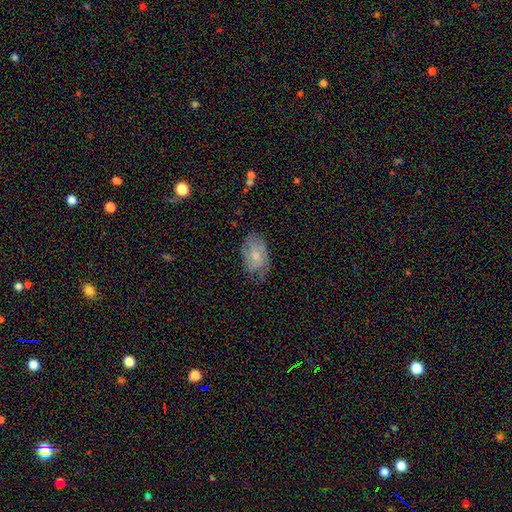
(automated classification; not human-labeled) smooth-or-featured: smooth: 50% | featured or disk: 43% | star or artifact: 7%
  how-rounded: in between: 89% | round: 9% | cigar-shaped: 2%
  merging: none: 63% | minor disturbance: 27% | major disturbance: 9% | merger: 1%